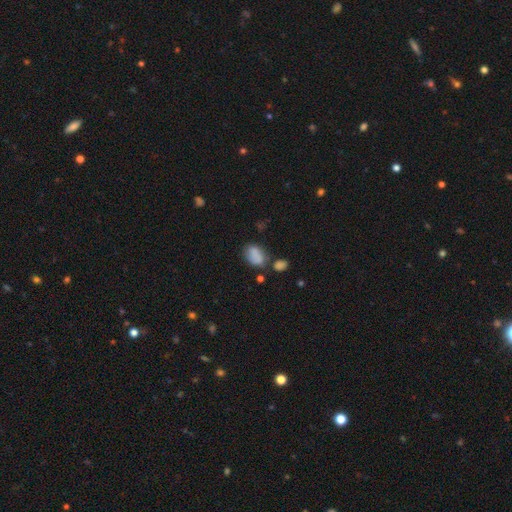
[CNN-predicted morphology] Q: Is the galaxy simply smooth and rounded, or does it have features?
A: smooth — 82%.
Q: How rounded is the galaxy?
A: in between — 85%.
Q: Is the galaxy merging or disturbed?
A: none — 51%.